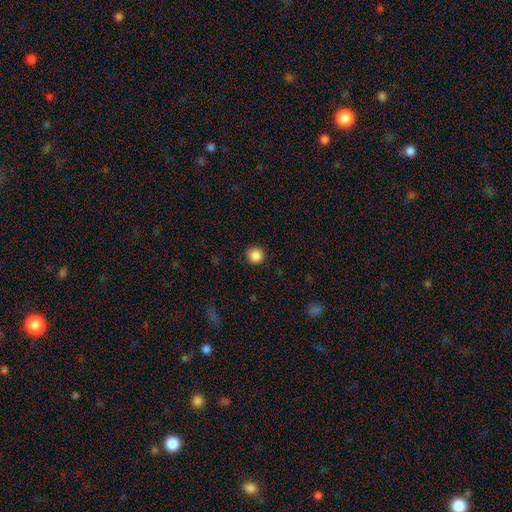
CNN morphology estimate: smooth-or-featured: smooth: 87% | star or artifact: 10% | featured or disk: 3%
  how-rounded: round: 94% | in between: 5% | cigar-shaped: 1%
  merging: none: 90% | minor disturbance: 7% | major disturbance: 2% | merger: 1%